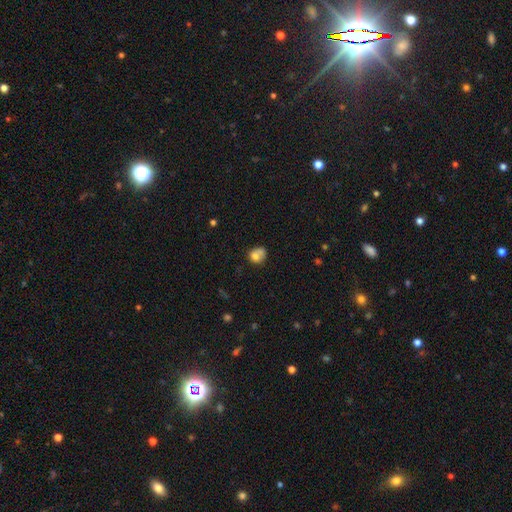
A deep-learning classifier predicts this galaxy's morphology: smooth 70%, featured or disk 19%, star or artifact 10%. Down the decision tree: how rounded — round (65%); merging — none (38%).